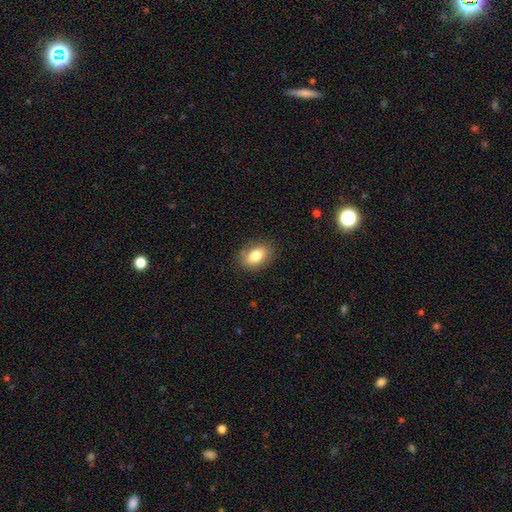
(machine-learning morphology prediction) Smooth or featured? smooth (80%)
How rounded? in between (85%)
Merging? none (84%)